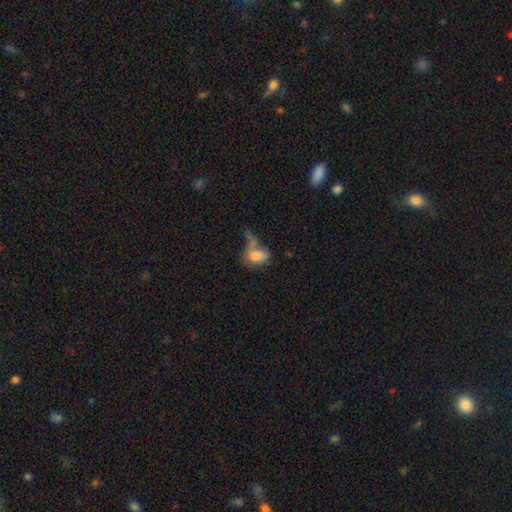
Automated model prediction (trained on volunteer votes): Smooth or featured? Predicted: smooth (p=0.74). How rounded? Predicted: in between (p=0.85). Merging? Predicted: merger (p=0.32).